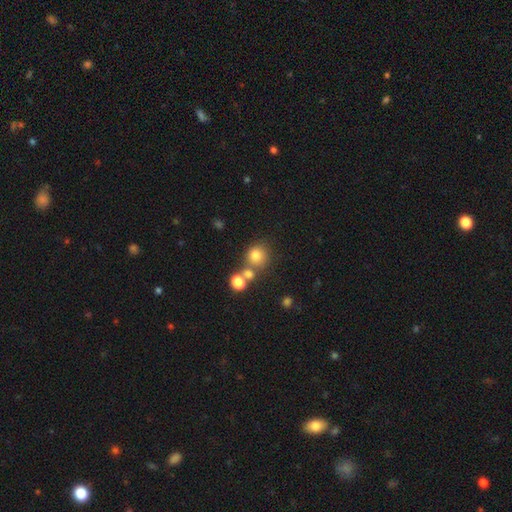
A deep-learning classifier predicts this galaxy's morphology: Overall: smooth (77%). How rounded: round (86%). Merging: none (59%; merger 27%).